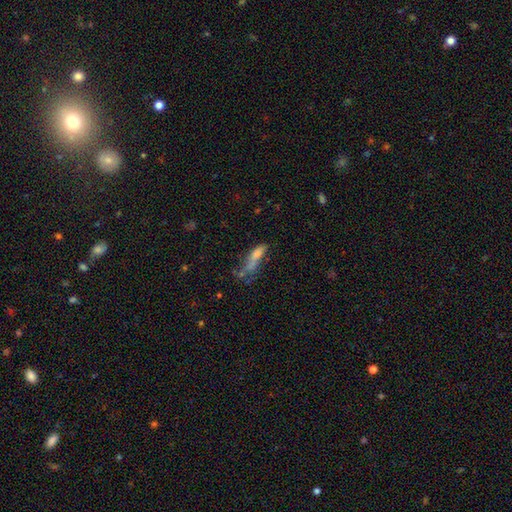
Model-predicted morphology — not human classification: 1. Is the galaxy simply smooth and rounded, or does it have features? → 66% smooth, 23% featured or disk, 11% star or artifact.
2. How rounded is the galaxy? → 58% cigar-shaped, 39% in between, 3% round.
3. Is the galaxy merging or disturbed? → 29% major disturbance, 28% none, 26% minor disturbance, 17% merger.